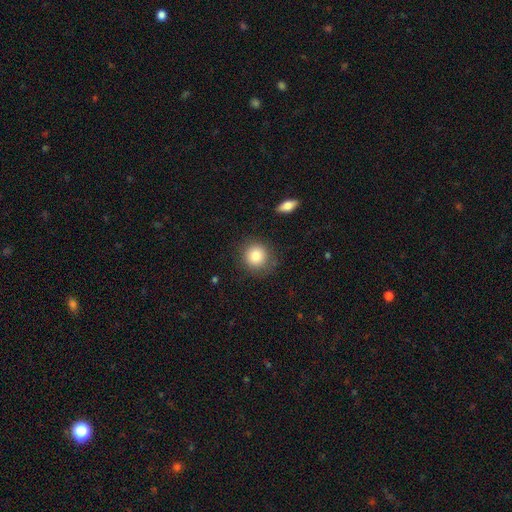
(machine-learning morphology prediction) A smooth galaxy with no disk features (83%) that is round (90%).

Vote fractions:
- Smooth or featured? smooth: 83% / star or artifact: 9% / featured or disk: 8%
- How rounded? round: 90% / in between: 9% / cigar-shaped: 1%
- Merging? none: 83% / minor disturbance: 11% / major disturbance: 4% / merger: 2%